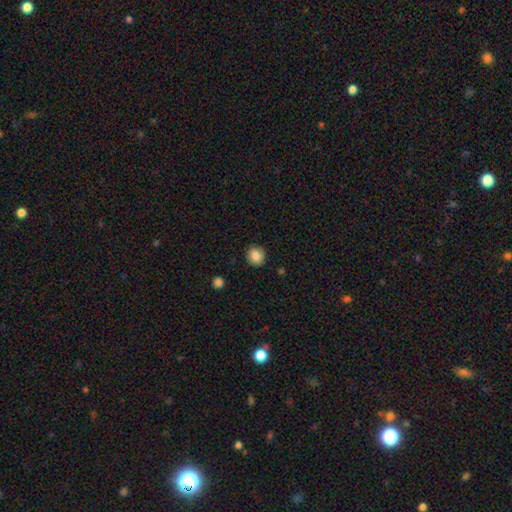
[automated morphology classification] smooth-or-featured: smooth: 85% | star or artifact: 9% | featured or disk: 6%
  how-rounded: round: 90% | in between: 9% | cigar-shaped: 1%
  merging: none: 91% | minor disturbance: 6% | major disturbance: 2% | merger: 1%